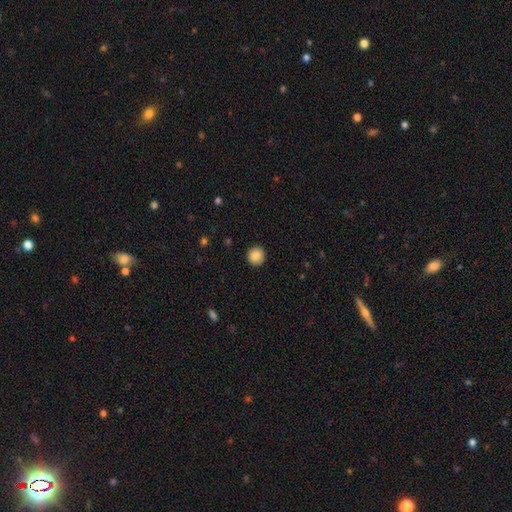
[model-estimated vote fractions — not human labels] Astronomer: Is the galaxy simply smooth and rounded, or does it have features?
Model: smooth — 87%.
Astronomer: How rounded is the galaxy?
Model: round — 94%.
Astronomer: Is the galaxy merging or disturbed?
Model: none — 92%.